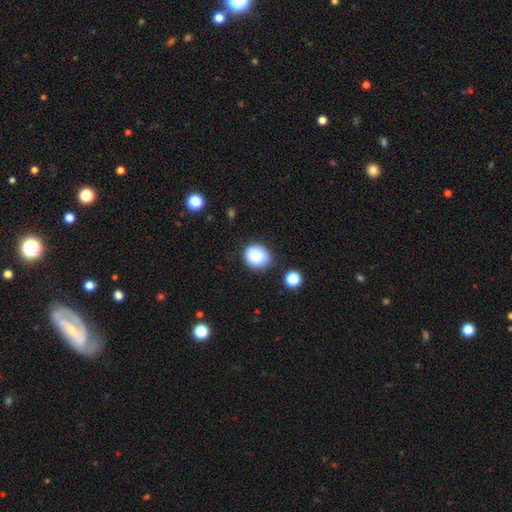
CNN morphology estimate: type=smooth (85%); roundness=round (71%); merging=none (76%).